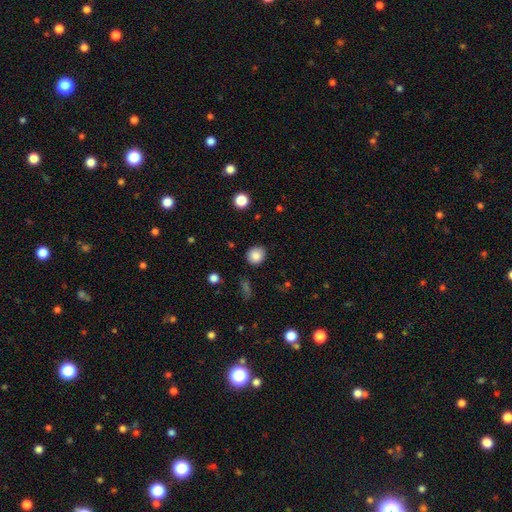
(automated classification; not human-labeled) Smooth or featured? Predicted: smooth (p=0.84). How rounded? Predicted: round (p=0.81). Merging? Predicted: none (p=0.87).